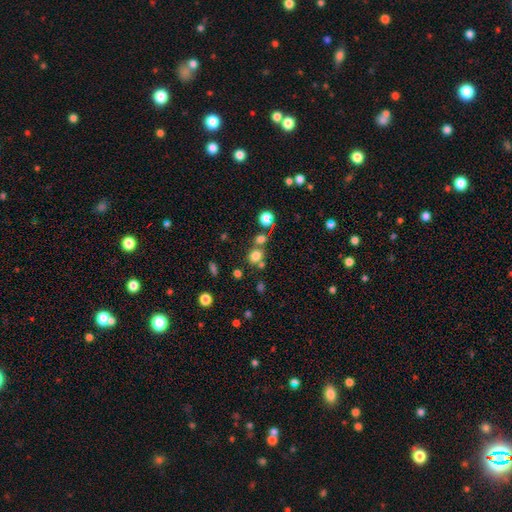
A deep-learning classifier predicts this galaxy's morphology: Smooth or featured: smooth — 75% (star or artifact — 18%)
How rounded: round — 64% (in between — 35%)
Merging: none — 61% (merger — 24%)